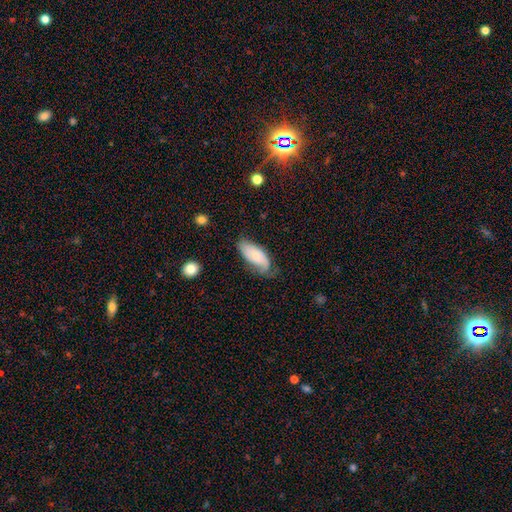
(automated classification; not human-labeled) Morphology: type=smooth (59%); roundness=in between (87%); merging=none (47%).